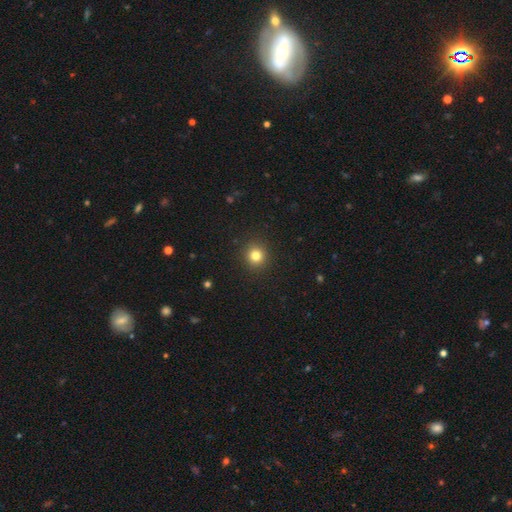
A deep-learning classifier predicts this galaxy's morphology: Overall: smooth (82%). How rounded: round (90%). Merging: none (91%).